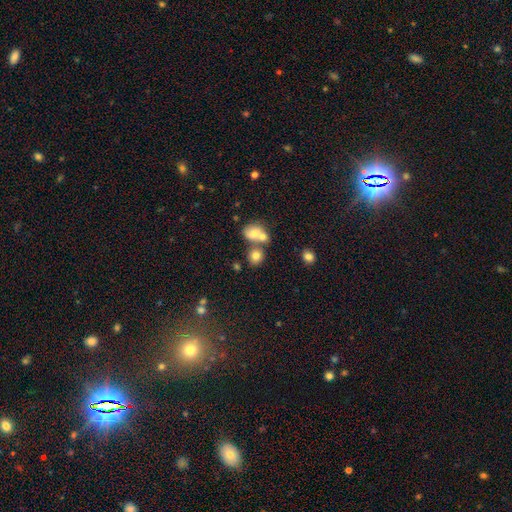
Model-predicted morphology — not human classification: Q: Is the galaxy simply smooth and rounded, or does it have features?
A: smooth — 76%.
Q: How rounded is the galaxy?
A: round — 76%.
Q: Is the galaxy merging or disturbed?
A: none — 47%.